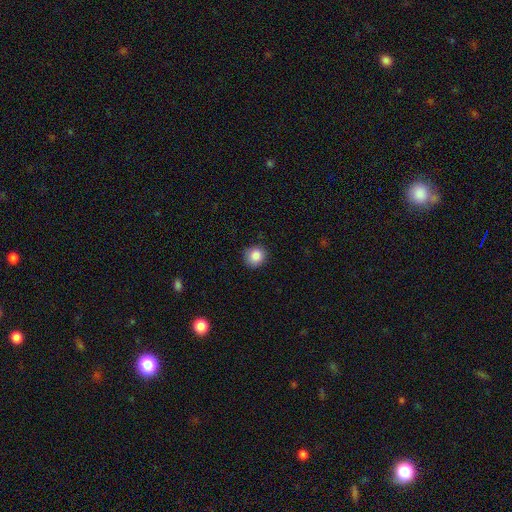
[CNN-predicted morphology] This appears to be a smooth galaxy with no disk features (86%) that is round (89%). Merging: none (86%).